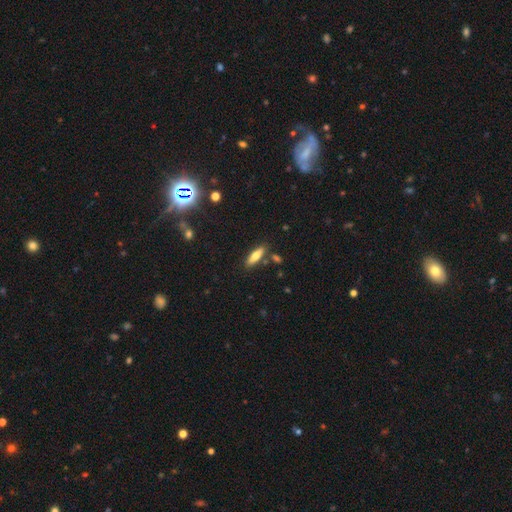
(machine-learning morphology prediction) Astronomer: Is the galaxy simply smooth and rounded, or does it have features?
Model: smooth — 66%.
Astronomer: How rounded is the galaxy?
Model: cigar-shaped — 53% (runner-up: in between, 45%).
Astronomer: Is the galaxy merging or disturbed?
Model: none — 80%.